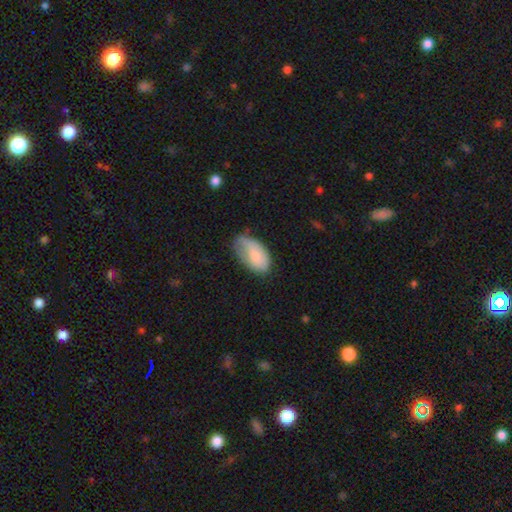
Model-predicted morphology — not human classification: smooth 75%, featured or disk 19%, star or artifact 6%. Down the decision tree: how rounded — in between (94%); merging — minor disturbance (42%).